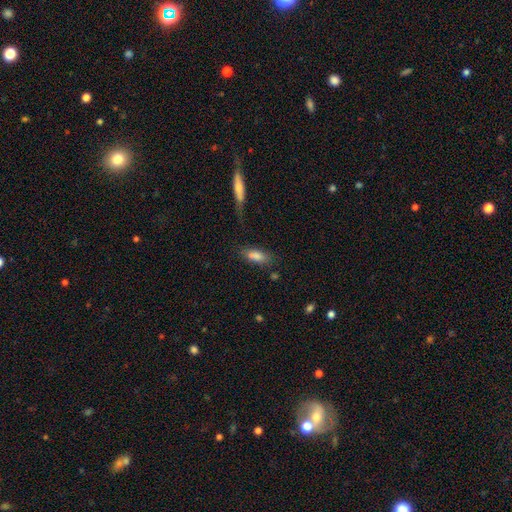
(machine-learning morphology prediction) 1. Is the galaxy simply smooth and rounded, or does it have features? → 80% smooth, 11% featured or disk, 9% star or artifact.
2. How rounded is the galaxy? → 71% in between, 26% cigar-shaped, 3% round.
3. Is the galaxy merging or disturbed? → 62% none, 19% minor disturbance, 11% merger, 8% major disturbance.